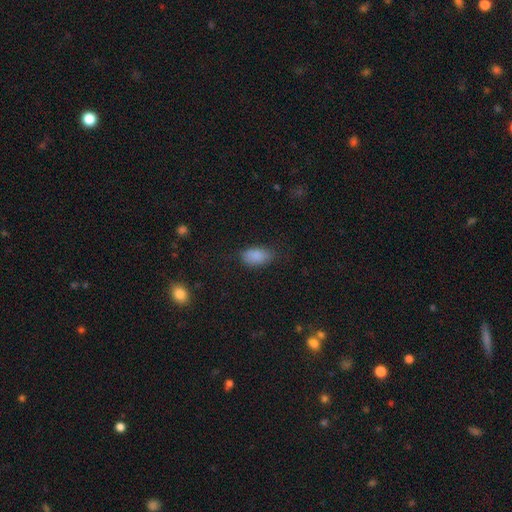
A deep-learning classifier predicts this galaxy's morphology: Smooth or featured? Predicted: smooth (p=0.87). How rounded? Predicted: in between (p=0.92). Merging? Predicted: none (p=0.76).